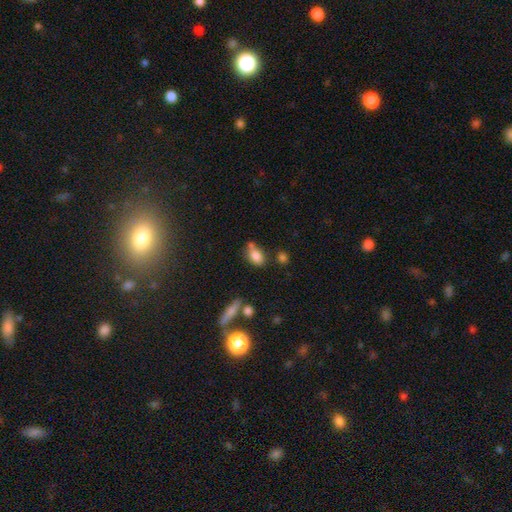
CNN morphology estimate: type=smooth (80%); roundness=in between (85%); merging=none (52%).